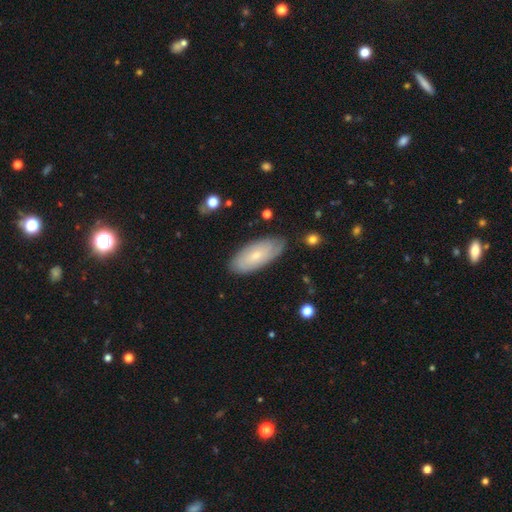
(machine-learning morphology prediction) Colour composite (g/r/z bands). It shows a smooth galaxy with no disk features (54%) that is in between round and cigar-shaped (84%). Merging: none (81%).